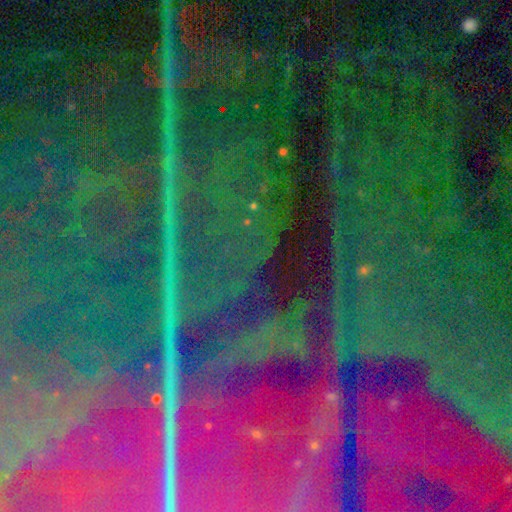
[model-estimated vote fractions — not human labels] A star or artifact, not a galaxy (89%).

Vote fractions:
- Smooth or featured? star or artifact: 89% / featured or disk: 6% / smooth: 4%